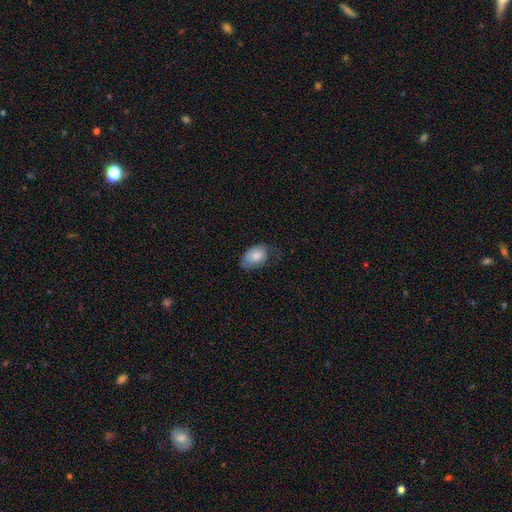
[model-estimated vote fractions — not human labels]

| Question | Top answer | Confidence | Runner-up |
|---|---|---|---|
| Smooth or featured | smooth | 78% | featured or disk (16%) |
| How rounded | in between | 89% | round (9%) |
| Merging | none | 48% | minor disturbance (34%) |